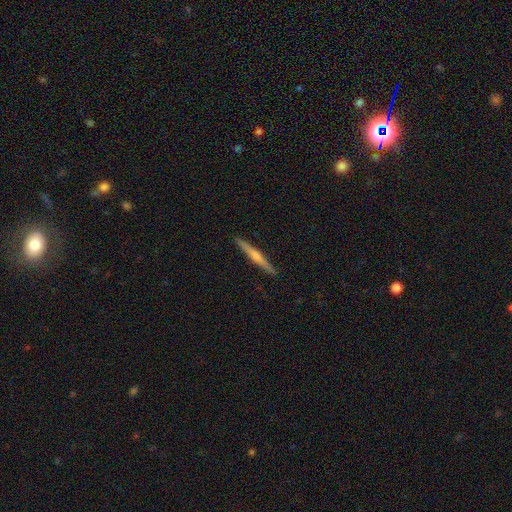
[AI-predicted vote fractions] This appears to be a featured or disk galaxy (63%) viewed edge-on (98%) with a rounded central bulge (72%). Merging: none (93%).